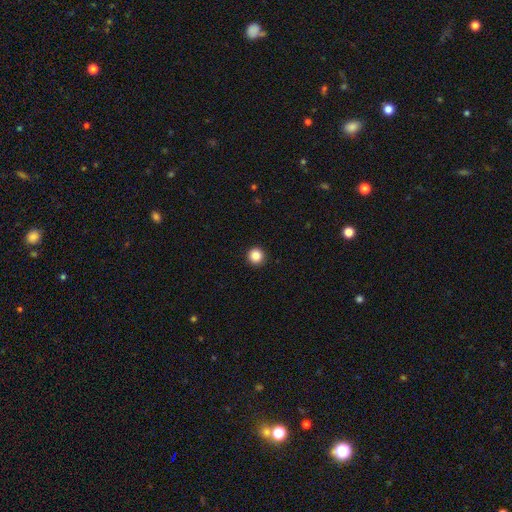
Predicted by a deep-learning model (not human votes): This is clearly a smooth galaxy (87%). How rounded: clearly round (96%). Merging: clearly none (94%).